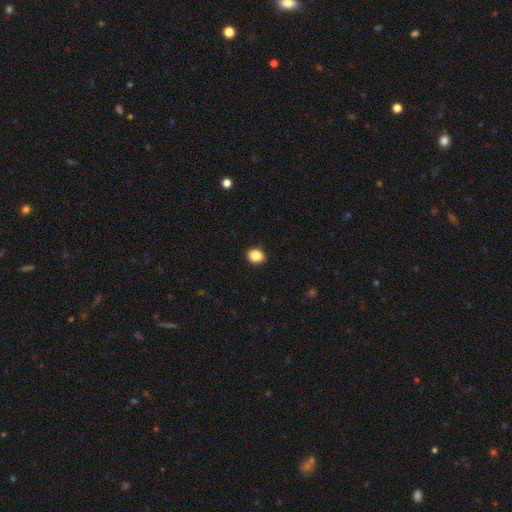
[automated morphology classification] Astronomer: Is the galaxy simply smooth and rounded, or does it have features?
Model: smooth — 87%.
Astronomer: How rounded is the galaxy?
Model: round — 53% (runner-up: in between, 46%).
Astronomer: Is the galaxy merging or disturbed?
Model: none — 89%.